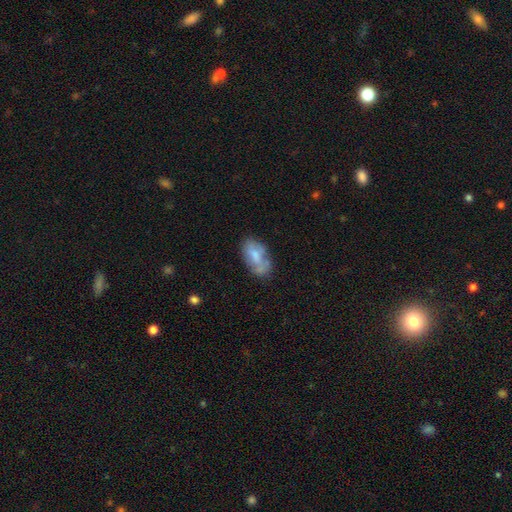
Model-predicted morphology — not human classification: smooth 60%, featured or disk 32%, star or artifact 7%. Down the decision tree: how rounded — in between (93%); merging — none (51%).